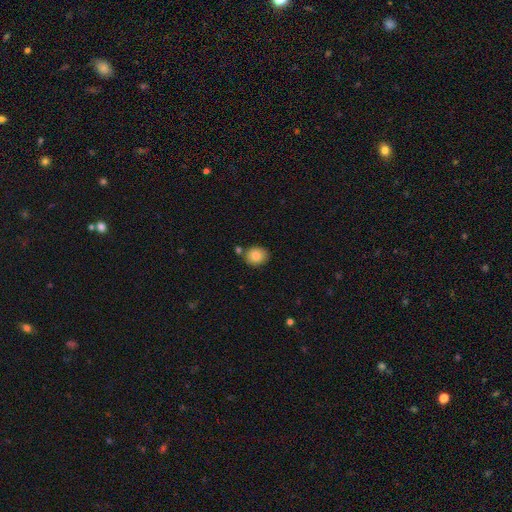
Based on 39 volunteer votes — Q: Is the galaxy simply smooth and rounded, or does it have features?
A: smooth — 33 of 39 (85%).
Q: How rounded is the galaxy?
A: round — 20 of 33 (61%).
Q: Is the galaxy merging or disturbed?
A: none — 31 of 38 (82%).